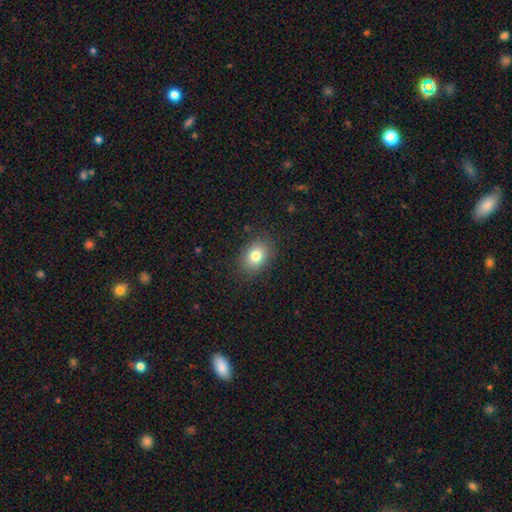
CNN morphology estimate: This is likely a smooth galaxy (80%). How rounded: likely in between (70%). Merging: clearly none (85%).